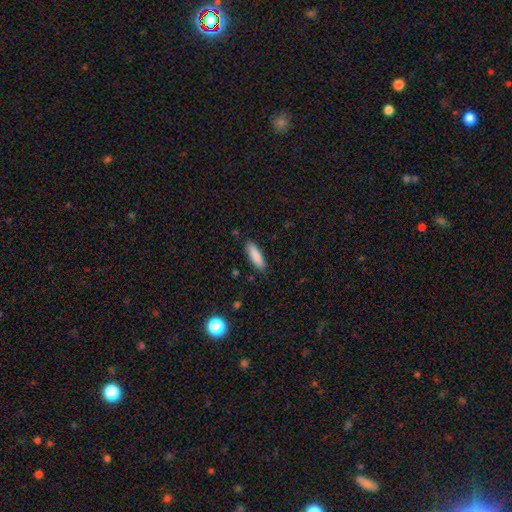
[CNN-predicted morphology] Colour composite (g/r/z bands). It shows a smooth galaxy with no disk features (86%) that is cigar-shaped (64%). Merging: none (86%).